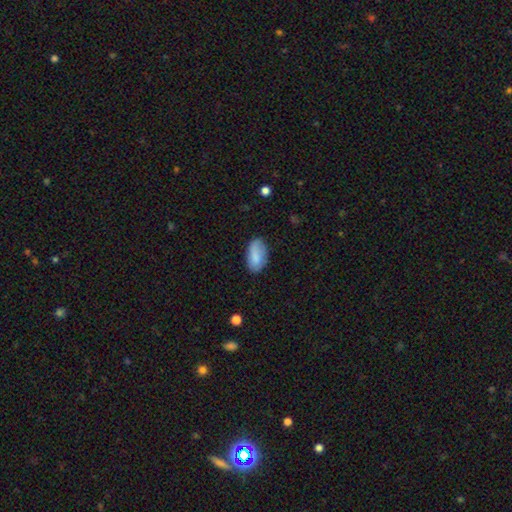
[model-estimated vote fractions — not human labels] Q: Smooth or featured?
A: smooth (81%); runner-up: featured or disk (12%)
Q: How rounded?
A: in between (94%); runner-up: round (4%)
Q: Merging?
A: none (71%); runner-up: minor disturbance (22%)